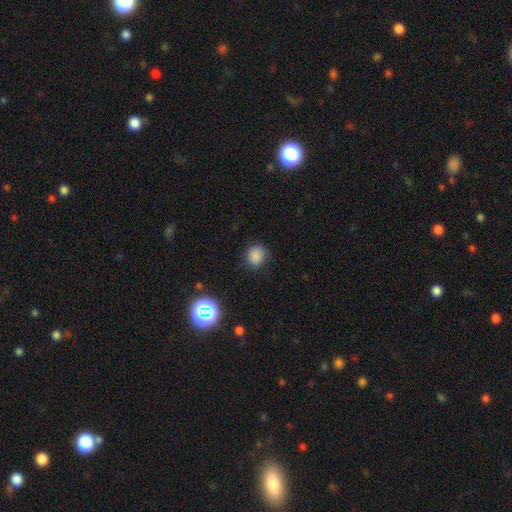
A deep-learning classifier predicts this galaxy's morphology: Smooth or featured? smooth (82%)
How rounded? round (79%)
Merging? none (85%)